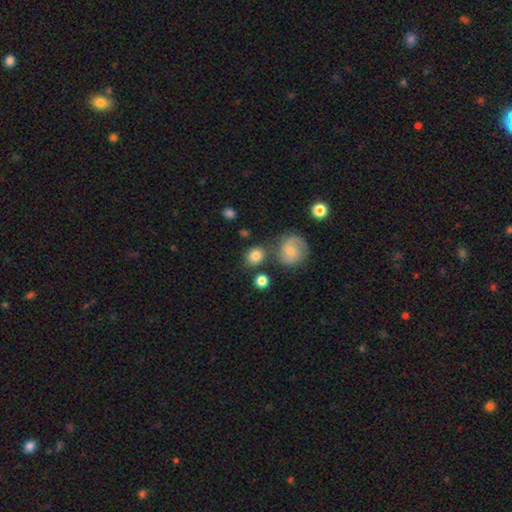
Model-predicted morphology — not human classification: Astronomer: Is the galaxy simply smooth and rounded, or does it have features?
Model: smooth — 76%.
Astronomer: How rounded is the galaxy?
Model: round — 75%.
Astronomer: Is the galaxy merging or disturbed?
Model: none — 73%.